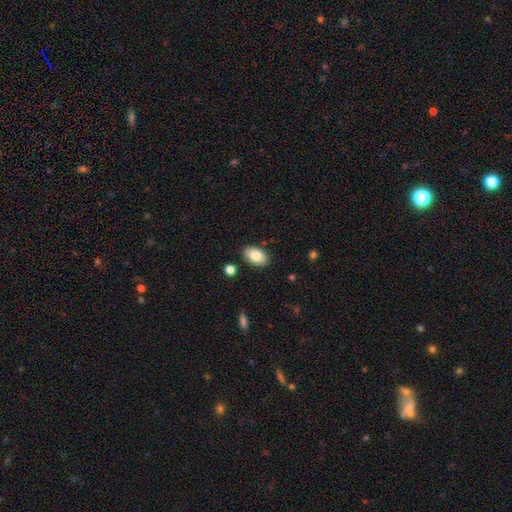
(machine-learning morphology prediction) Smooth or featured?
  - smooth: 82% *
  - featured or disk: 11%
  - star or artifact: 7%
How rounded?
  - in between: 93% *
  - round: 5%
  - cigar-shaped: 1%
Merging?
  - none: 86% *
  - minor disturbance: 9%
  - major disturbance: 2%
  - merger: 2%